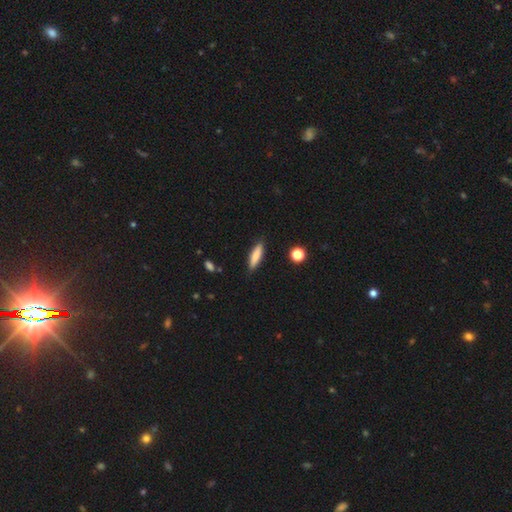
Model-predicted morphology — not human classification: Overall: smooth (77%). How rounded: cigar-shaped (72%). Merging: none (86%).